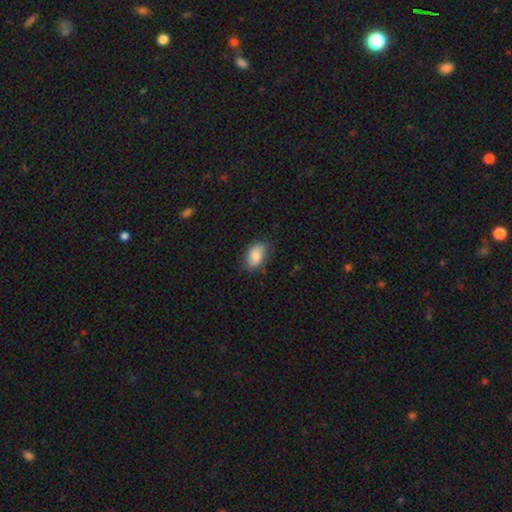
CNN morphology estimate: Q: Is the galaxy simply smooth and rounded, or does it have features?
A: smooth — 86%.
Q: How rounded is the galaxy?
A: in between — 91%.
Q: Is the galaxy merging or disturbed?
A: none — 75%.